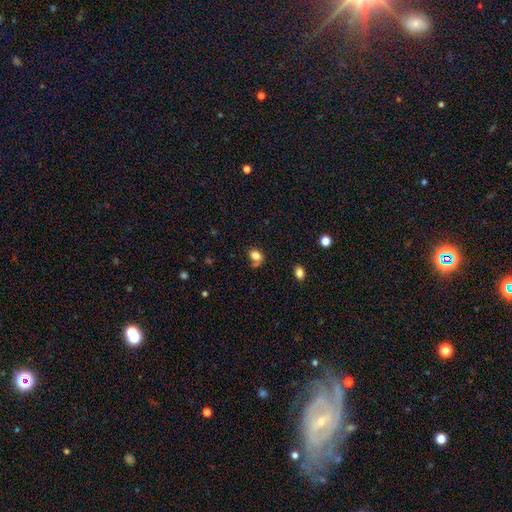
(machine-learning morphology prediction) Smooth or featured? Predicted: smooth (p=0.80). How rounded? Predicted: in between (p=0.66). Merging? Predicted: none (p=0.48).